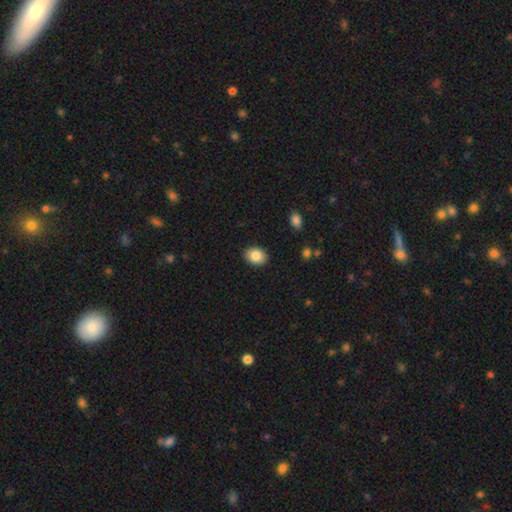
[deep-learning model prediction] Smooth or featured: smooth — 86% (star or artifact — 8%)
How rounded: in between — 65% (round — 34%)
Merging: none — 88% (minor disturbance — 8%)